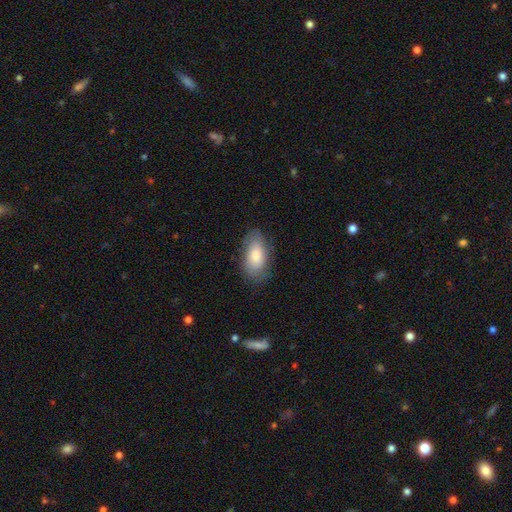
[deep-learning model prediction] This is likely a smooth galaxy (75%). How rounded: clearly in between (92%). Merging: likely none (77%).